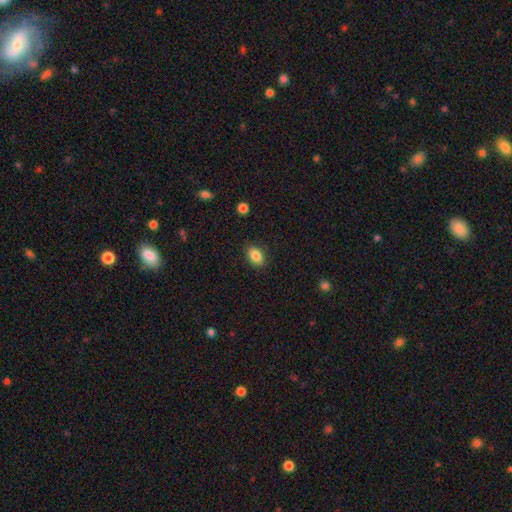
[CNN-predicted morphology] smooth_or_featured: smooth (p=0.86) [alt: star or artifact p=0.09]
how_rounded: in between (p=0.84) [alt: round p=0.14]
merging: none (p=0.87) [alt: minor disturbance p=0.10]